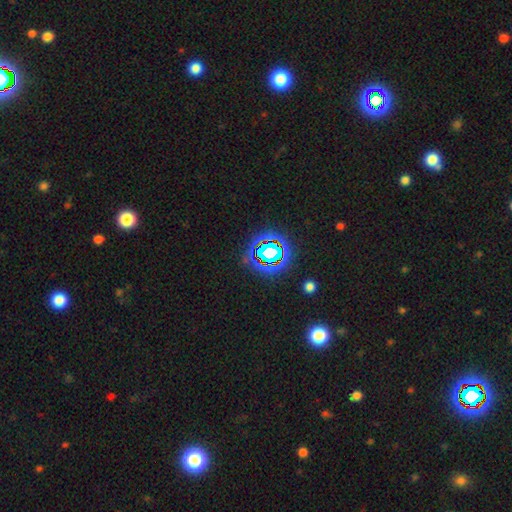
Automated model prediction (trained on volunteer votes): Overall: star or artifact (79%).